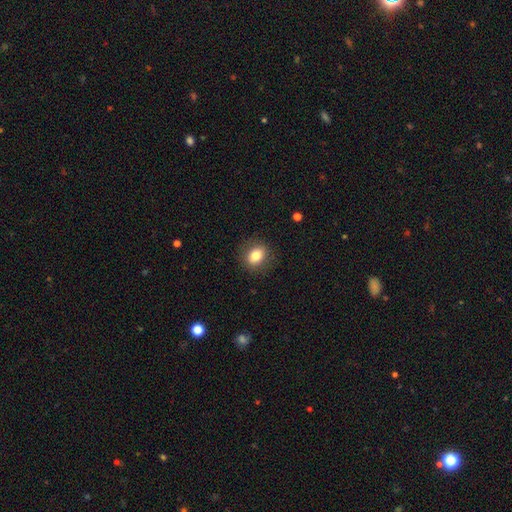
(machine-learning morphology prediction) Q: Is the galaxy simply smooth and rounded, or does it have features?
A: smooth — 81%.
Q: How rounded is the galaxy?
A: in between — 53%.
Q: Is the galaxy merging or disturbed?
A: none — 87%.